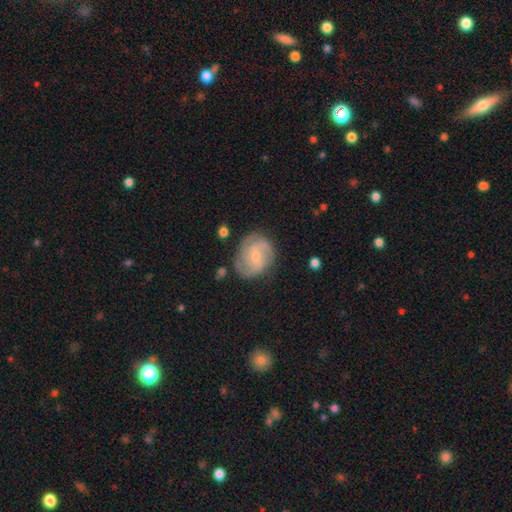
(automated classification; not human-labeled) A featured or disk galaxy (72%) with no bar (51%), 2 (40%) medium (45%) spiral arms (92%) and a small central bulge (67%). Merging: none (71%).